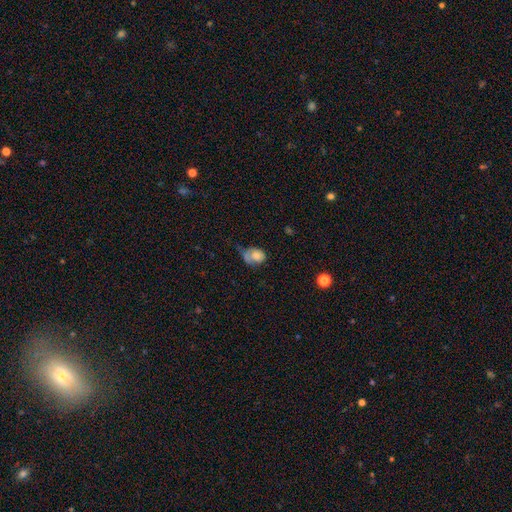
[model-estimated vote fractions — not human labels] smooth-or-featured: smooth: 68% | featured or disk: 22% | star or artifact: 11%
  how-rounded: in between: 58% | round: 40% | cigar-shaped: 1%
  merging: none: 30% | major disturbance: 28% | minor disturbance: 28% | merger: 14%